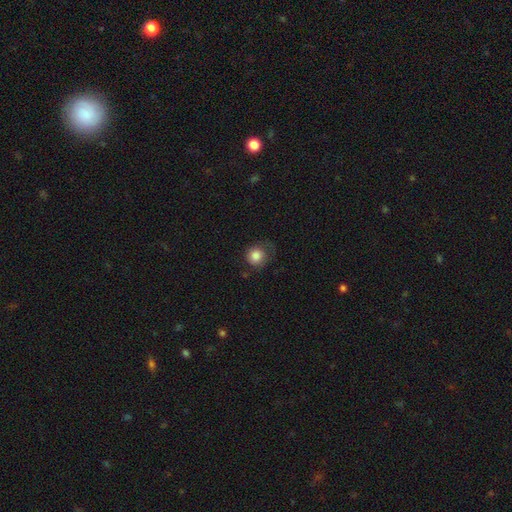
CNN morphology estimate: Q: Smooth or featured?
A: smooth (83%); runner-up: featured or disk (9%)
Q: How rounded?
A: round (84%); runner-up: in between (15%)
Q: Merging?
A: none (56%); runner-up: minor disturbance (27%)